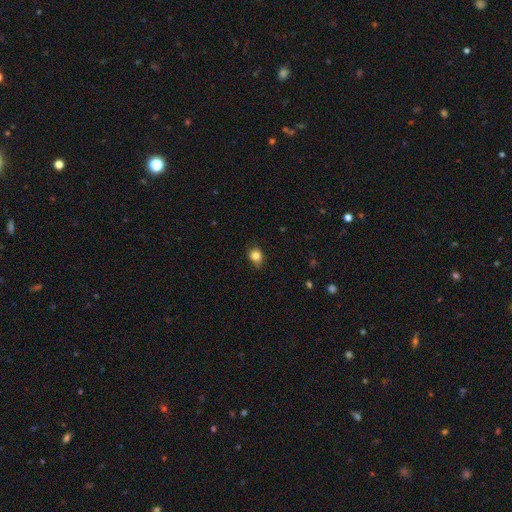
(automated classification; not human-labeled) Smooth or featured? Predicted: smooth (p=0.82). How rounded? Predicted: round (p=0.57). Merging? Predicted: none (p=0.72).